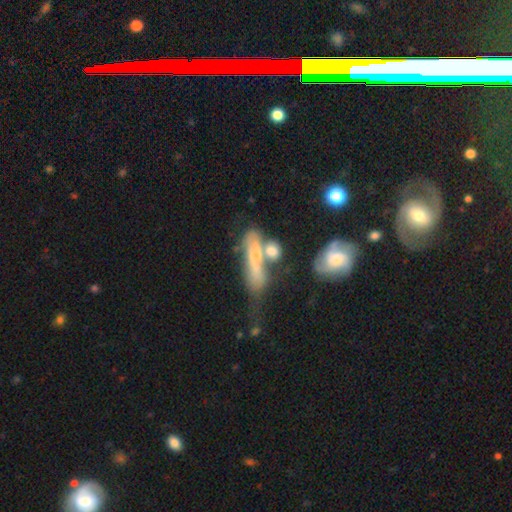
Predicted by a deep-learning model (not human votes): A featured or disk galaxy (47%). Merging: merger (37%).